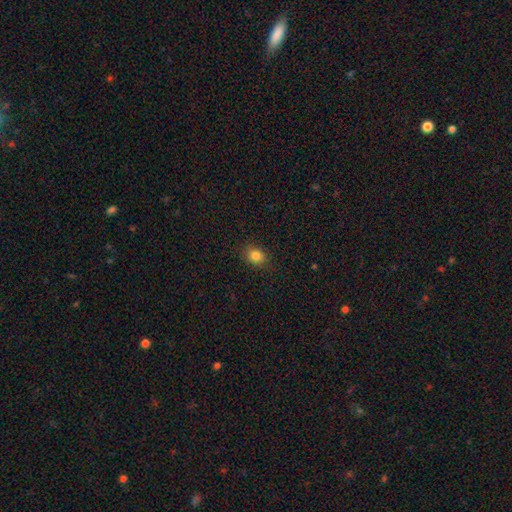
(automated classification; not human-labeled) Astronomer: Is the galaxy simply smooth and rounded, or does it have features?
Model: smooth — 83%.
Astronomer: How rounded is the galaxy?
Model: round — 54% (runner-up: in between, 45%).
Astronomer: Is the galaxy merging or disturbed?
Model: none — 86%.